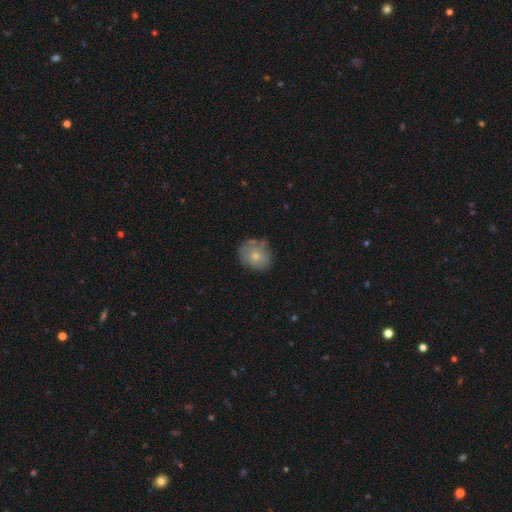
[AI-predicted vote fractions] Smooth or featured? smooth (70%)
How rounded? round (72%)
Merging? none (63%)